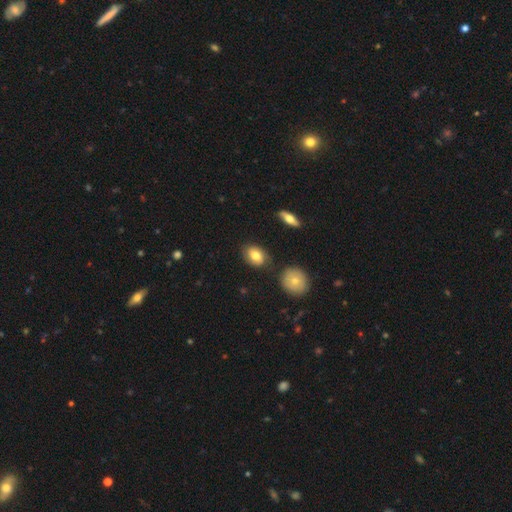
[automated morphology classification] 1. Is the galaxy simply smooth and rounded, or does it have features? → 73% smooth, 19% featured or disk, 8% star or artifact.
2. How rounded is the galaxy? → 75% in between, 23% round, 2% cigar-shaped.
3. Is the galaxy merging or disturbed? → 77% none, 15% minor disturbance, 5% merger, 4% major disturbance.